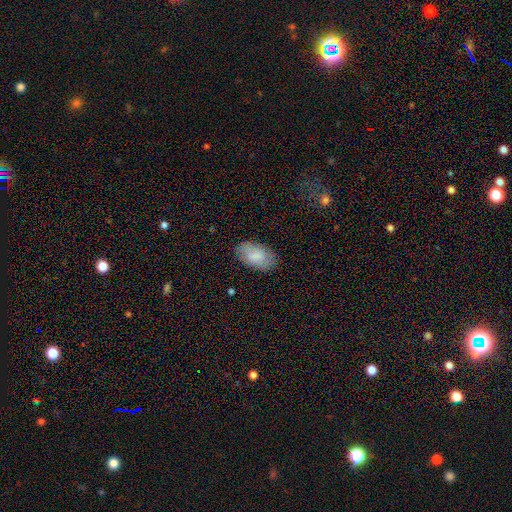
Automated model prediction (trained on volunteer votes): A smooth galaxy with no disk features (80%) that is in between round and cigar-shaped (95%). Merging: none (81%).